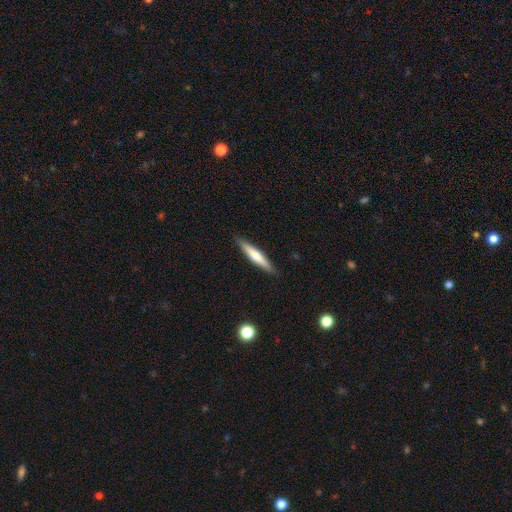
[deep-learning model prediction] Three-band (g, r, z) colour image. It shows a smooth galaxy with no disk features (54%) that is cigar-shaped (91%). Merging: none (89%).